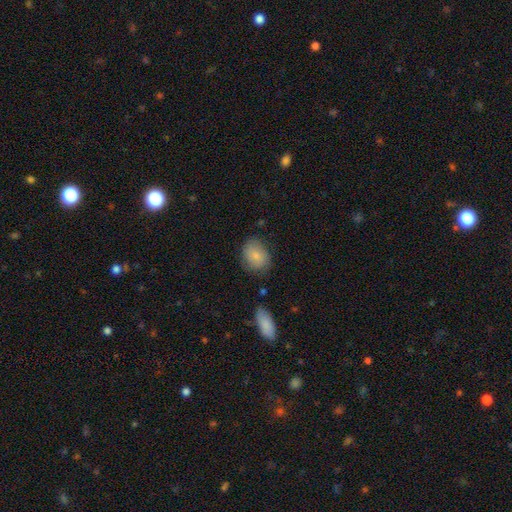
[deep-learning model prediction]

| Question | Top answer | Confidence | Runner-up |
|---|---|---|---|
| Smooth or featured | smooth | 80% | featured or disk (12%) |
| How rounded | in between | 61% | round (37%) |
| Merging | none | 72% | minor disturbance (19%) |